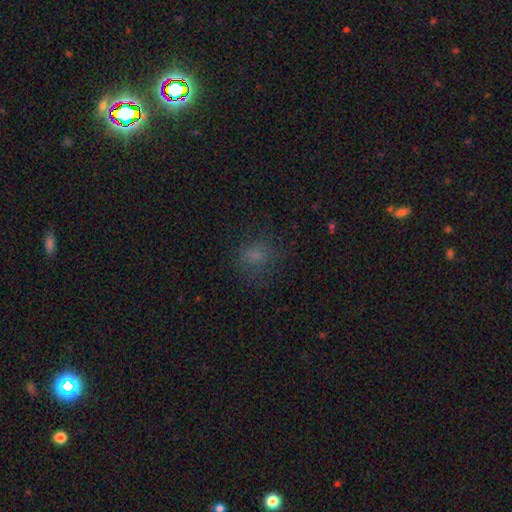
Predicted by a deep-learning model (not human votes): Smooth or featured? Predicted: smooth (p=0.69). How rounded? Predicted: round (p=0.67). Merging? Predicted: none (p=0.72).